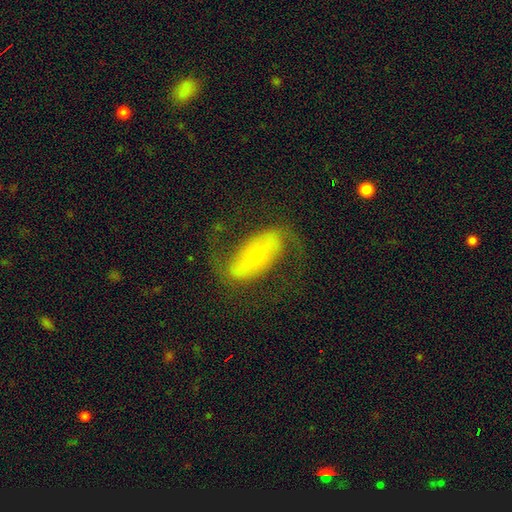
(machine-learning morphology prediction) Smooth or featured? Predicted: featured or disk (p=0.79). Edge-on disk? Predicted: no (p=0.93). Bar? Predicted: strong (p=0.45). Spiral arms? Predicted: yes (p=0.87). Spiral winding? Predicted: medium (p=0.44). Spiral arm count? Predicted: 2 (p=0.90). Bulge size? Predicted: small (p=0.61). Merging? Predicted: none (p=0.73).